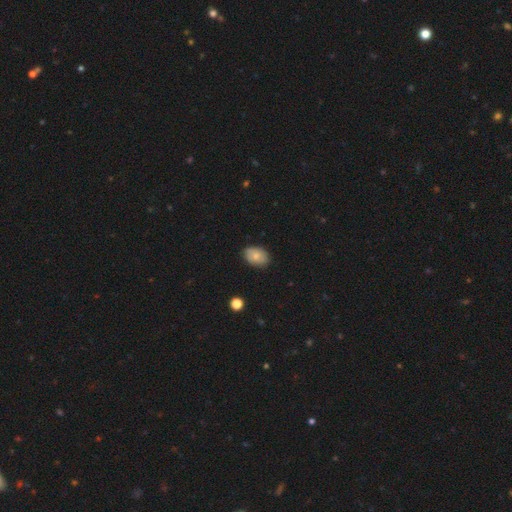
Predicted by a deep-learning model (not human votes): Smooth or featured? Predicted: smooth (p=0.74). How rounded? Predicted: in between (p=0.80). Merging? Predicted: none (p=0.82).